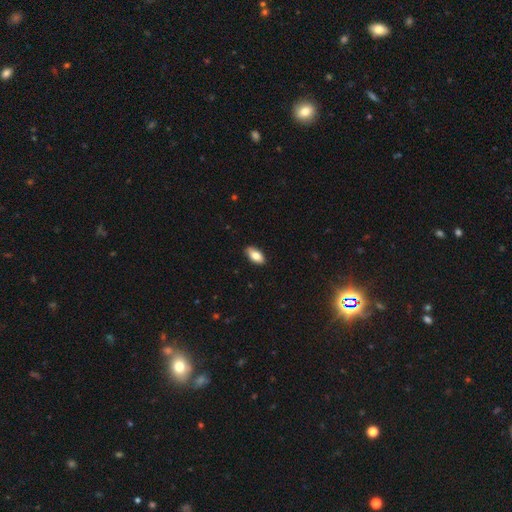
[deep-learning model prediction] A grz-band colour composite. It shows a smooth galaxy with no disk features (80%) that is in between round and cigar-shaped (90%). Merging: none (88%).